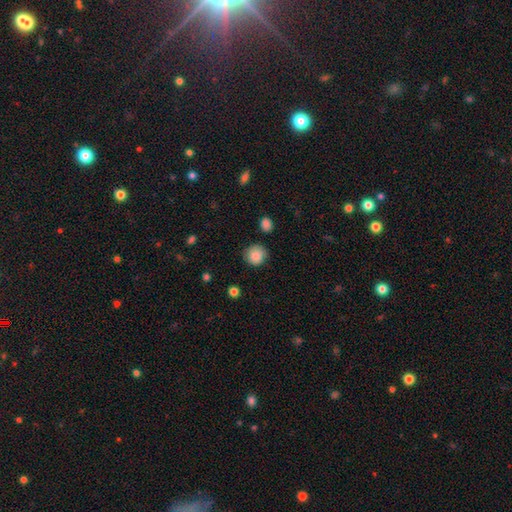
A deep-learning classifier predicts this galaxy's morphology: Smooth or featured: smooth — 85% (star or artifact — 9%)
How rounded: round — 90% (in between — 9%)
Merging: none — 81% (minor disturbance — 14%)